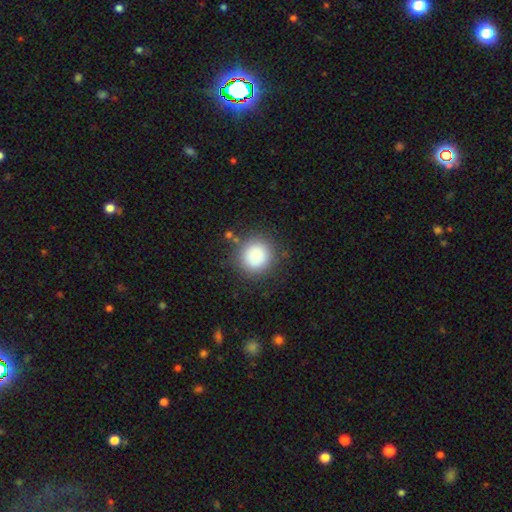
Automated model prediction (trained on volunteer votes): A smooth galaxy with no disk features (85%) that is round (93%).

Vote fractions:
- Smooth or featured? smooth: 85% / star or artifact: 9% / featured or disk: 6%
- How rounded? round: 93% / in between: 6% / cigar-shaped: 1%
- Merging? none: 85% / minor disturbance: 9% / major disturbance: 4% / merger: 2%